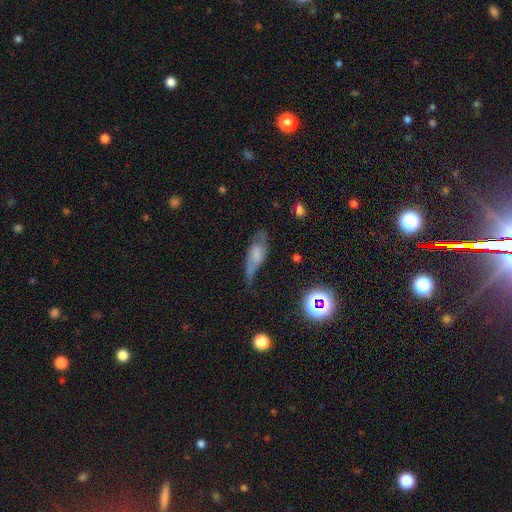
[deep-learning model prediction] smooth-or-featured: featured or disk: 46% | smooth: 42% | star or artifact: 12%
  merging: none: 44% | minor disturbance: 31% | major disturbance: 21% | merger: 4%